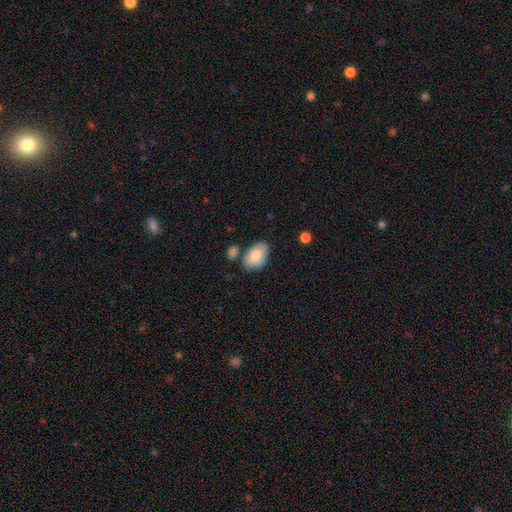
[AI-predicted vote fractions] This appears to be a smooth galaxy with no disk features (82%) that is in between round and cigar-shaped (91%). Merging: none (70%).